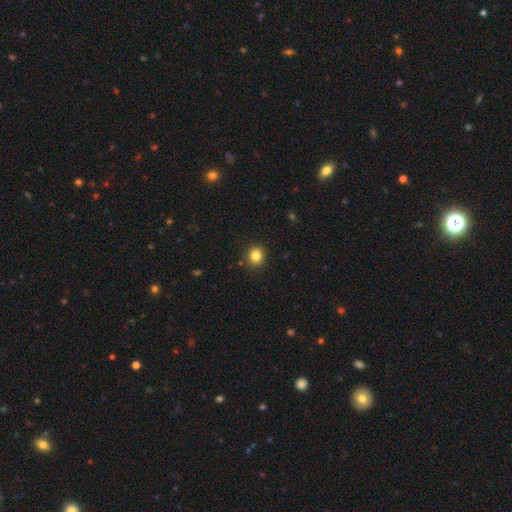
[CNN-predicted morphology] smooth_or_featured: smooth (p=0.84) [alt: star or artifact p=0.11]
how_rounded: round (p=0.80) [alt: in between p=0.19]
merging: none (p=0.89) [alt: minor disturbance p=0.07]